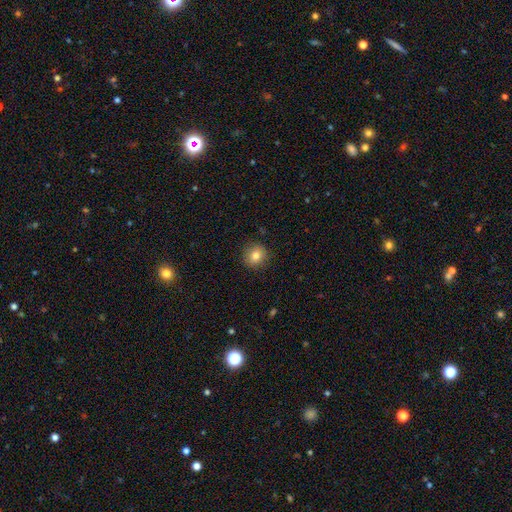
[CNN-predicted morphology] smooth-or-featured: smooth: 81% | star or artifact: 11% | featured or disk: 9%
  how-rounded: round: 90% | in between: 9% | cigar-shaped: 1%
  merging: none: 89% | minor disturbance: 8% | major disturbance: 2% | merger: 1%